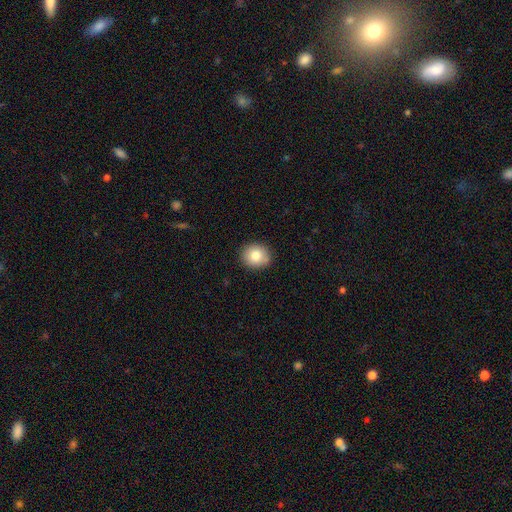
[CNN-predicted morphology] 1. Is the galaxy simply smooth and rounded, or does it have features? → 81% smooth, 9% star or artifact, 9% featured or disk.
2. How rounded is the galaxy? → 78% round, 21% in between, 1% cigar-shaped.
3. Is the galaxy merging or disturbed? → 88% none, 9% minor disturbance, 2% major disturbance, 1% merger.